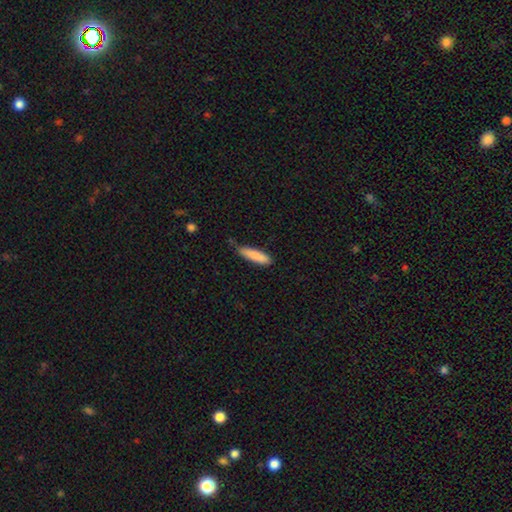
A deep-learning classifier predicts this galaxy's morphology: A smooth galaxy with no disk features (86%) that is cigar-shaped (76%).

Vote fractions:
- Smooth or featured? smooth: 86% / featured or disk: 9% / star or artifact: 6%
- How rounded? cigar-shaped: 76% / in between: 23% / round: 1%
- Merging? none: 70% / minor disturbance: 24% / major disturbance: 4% / merger: 3%